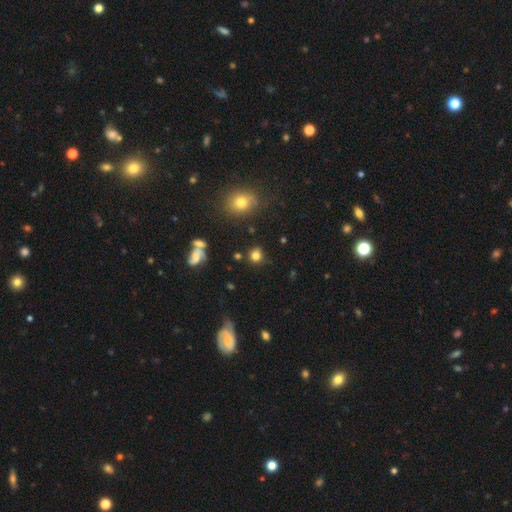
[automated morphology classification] smooth 79%, star or artifact 14%, featured or disk 7%. Down the decision tree: how rounded — round (81%); merging — none (77%).